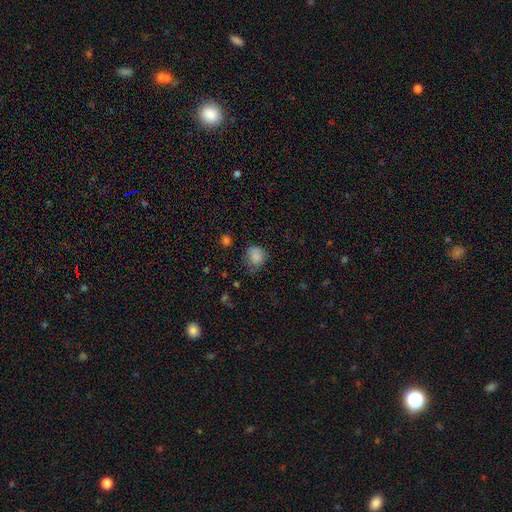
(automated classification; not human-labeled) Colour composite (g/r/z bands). It shows a smooth galaxy with no disk features (81%) that is round (65%). Merging: none (53%).